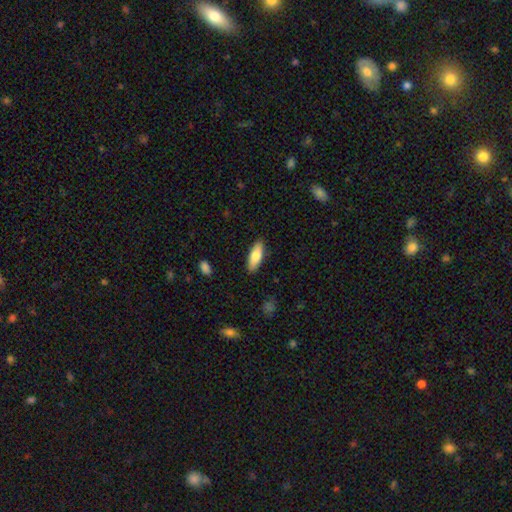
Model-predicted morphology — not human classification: Smooth or featured? Predicted: smooth (p=0.78). How rounded? Predicted: in between (p=0.68). Merging? Predicted: none (p=0.88).